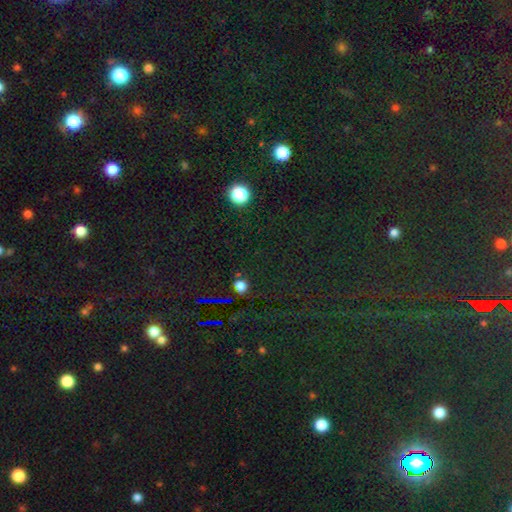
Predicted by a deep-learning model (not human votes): Smooth or featured? star or artifact (77%)